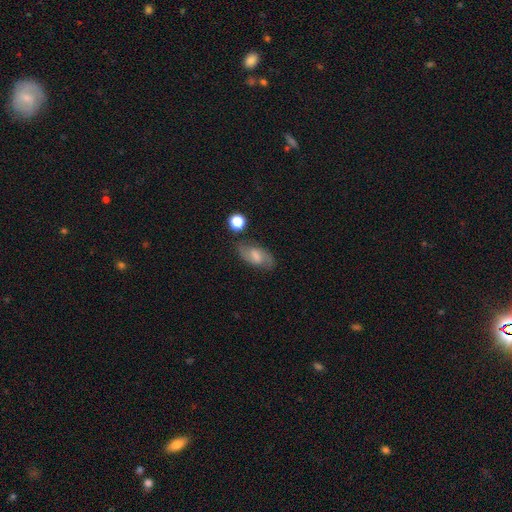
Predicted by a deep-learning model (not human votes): A featured or disk galaxy (54%) with a weak bar (54%), spiral arms (86%) and a moderate central bulge (30%).

Vote fractions:
- Smooth or featured? featured or disk: 54% / smooth: 37% / star or artifact: 9%
- Edge-on disk? no: 94% / yes: 6%
- Bar? weak: 54% / strong: 24% / no: 22%
- Spiral arms? yes: 86% / no: 14%
- Bulge size? moderate: 30% / none: 29% / small: 26% / large: 14% / dominant: 2%
- Merging? none: 75% / minor disturbance: 16% / major disturbance: 5% / merger: 4%